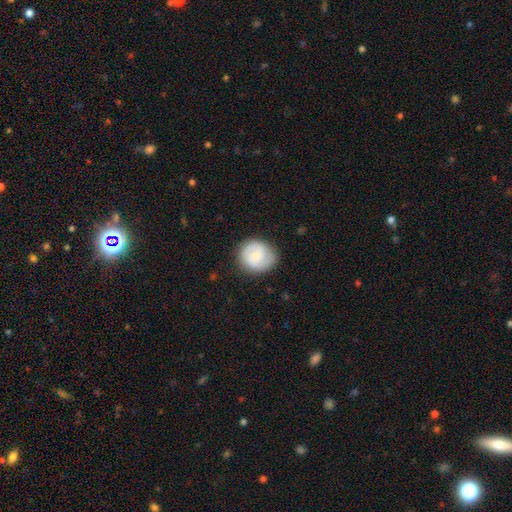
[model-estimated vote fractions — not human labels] smooth-or-featured: featured or disk: 56% | smooth: 38% | star or artifact: 6%
  disk-edge-on: no: 98% | yes: 2%
    bar: no: 54% | weak: 40% | strong: 6%
    has-spiral-arms: yes: 92% | no: 8%
      spiral-winding: tight: 44% | medium: 43% | loose: 13%
      spiral-arm-count: 2: 81% | can't tell: 9% | 1: 5% | 3: 3% | 4: 1% | more than 4: 1%
    bulge-size: small: 56% | moderate: 27% | none: 12% | large: 3% | dominant: 1%
  merging: none: 82% | minor disturbance: 13% | major disturbance: 4% | merger: 1%